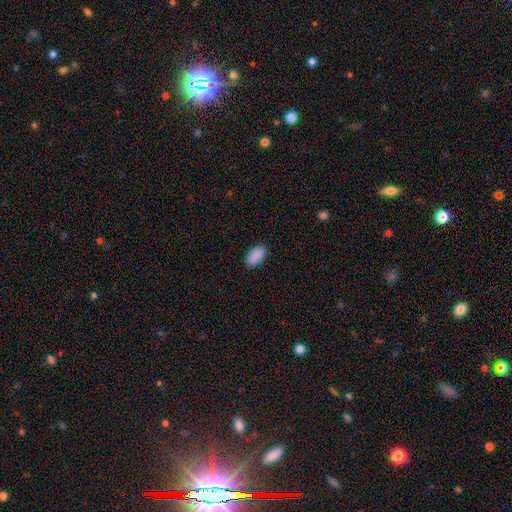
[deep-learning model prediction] This appears to be a smooth galaxy with no disk features (90%) that is in between round and cigar-shaped (94%). Merging: none (88%).